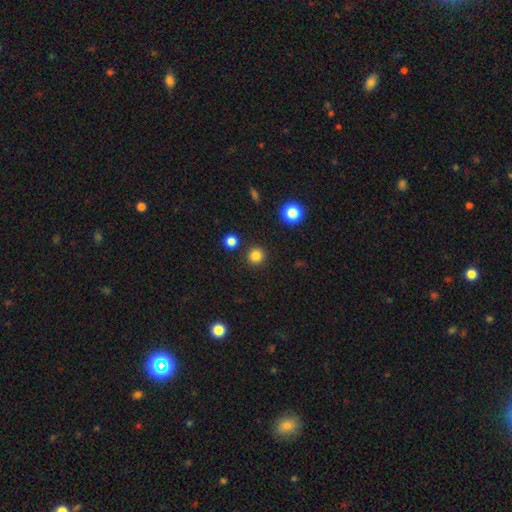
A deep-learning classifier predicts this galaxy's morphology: smooth_or_featured: smooth (p=0.83) [alt: star or artifact p=0.13]
how_rounded: round (p=0.94) [alt: in between p=0.05]
merging: none (p=0.91) [alt: minor disturbance p=0.05]